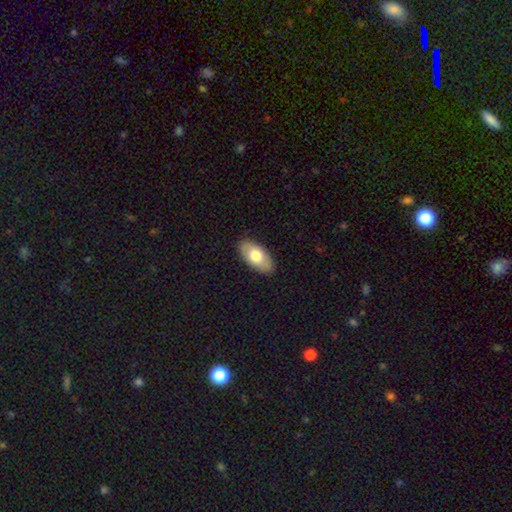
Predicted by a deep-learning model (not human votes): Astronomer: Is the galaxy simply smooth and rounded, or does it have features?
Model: smooth — 70%.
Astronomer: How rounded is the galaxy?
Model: in between — 94%.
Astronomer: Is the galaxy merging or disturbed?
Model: none — 88%.